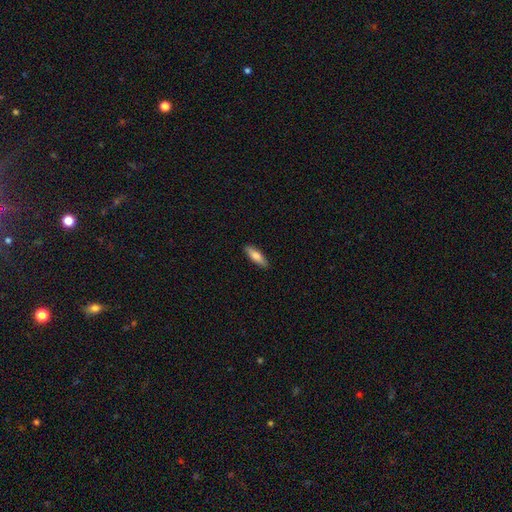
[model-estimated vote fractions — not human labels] smooth 76%, featured or disk 18%, star or artifact 6%. Down the decision tree: how rounded — cigar-shaped (49%, tied with in between); merging — none (89%).